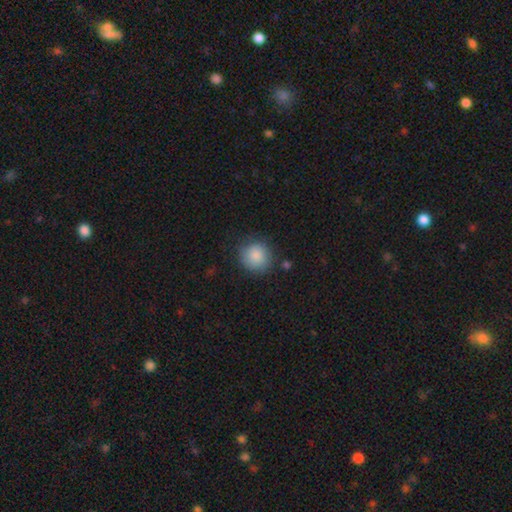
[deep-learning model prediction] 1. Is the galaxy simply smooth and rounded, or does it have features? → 87% smooth, 7% star or artifact, 6% featured or disk.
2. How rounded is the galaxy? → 90% round, 9% in between, 1% cigar-shaped.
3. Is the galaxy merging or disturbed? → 82% none, 12% minor disturbance, 4% major disturbance, 2% merger.